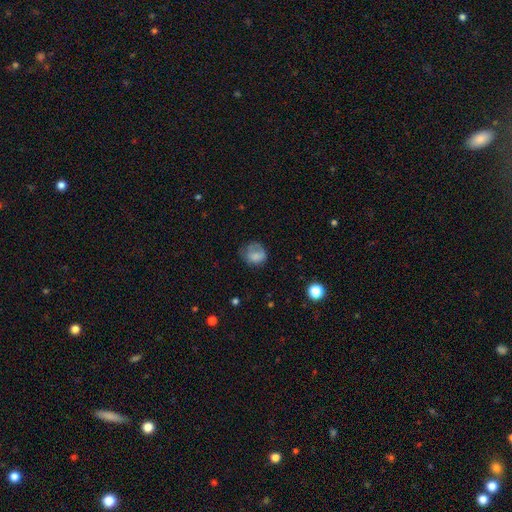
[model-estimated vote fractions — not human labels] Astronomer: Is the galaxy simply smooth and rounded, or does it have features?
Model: smooth — 74%.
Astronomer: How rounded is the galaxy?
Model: round — 66%.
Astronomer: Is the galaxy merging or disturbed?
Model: none — 48% (runner-up: minor disturbance, 29%).